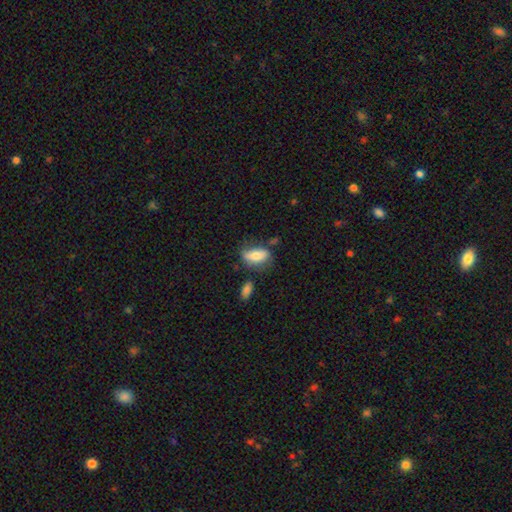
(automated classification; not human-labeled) This appears to be a smooth galaxy with no disk features (71%) that is in between round and cigar-shaped (87%). Merging: none (56%).